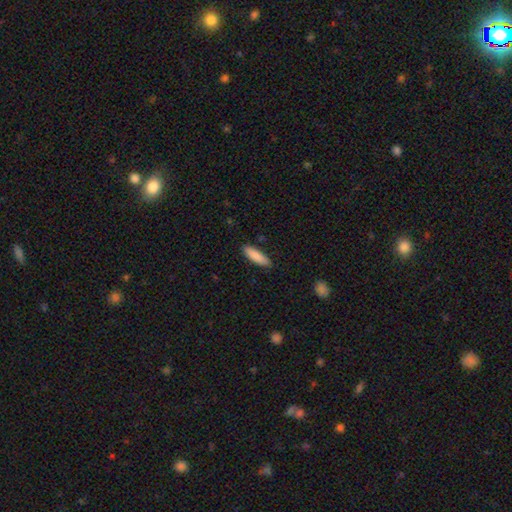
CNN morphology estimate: Smooth or featured: smooth — 88% (featured or disk — 6%)
How rounded: cigar-shaped — 61% (in between — 37%)
Merging: none — 88% (minor disturbance — 9%)